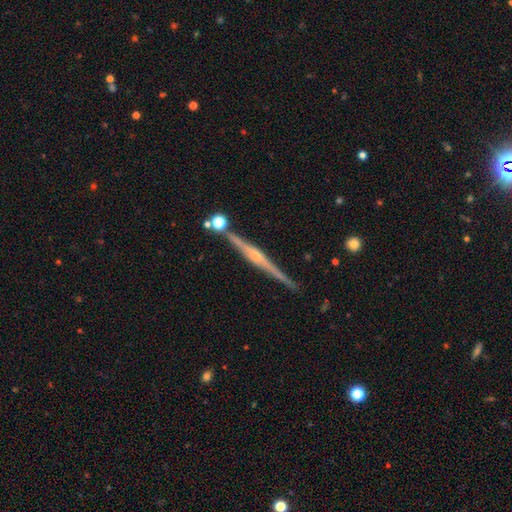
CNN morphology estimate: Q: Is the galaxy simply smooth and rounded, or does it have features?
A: featured or disk — 84%.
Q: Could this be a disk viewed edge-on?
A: yes — 98%.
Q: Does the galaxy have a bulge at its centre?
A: rounded — 75%.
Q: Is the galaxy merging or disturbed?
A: none — 87%.